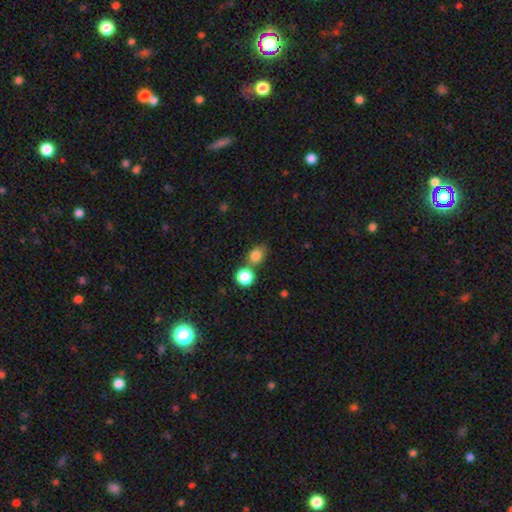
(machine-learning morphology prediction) Q: Smooth or featured?
A: smooth (80%); runner-up: star or artifact (12%)
Q: How rounded?
A: in between (50%); runner-up: round (48%)
Q: Merging?
A: none (54%); runner-up: merger (28%)